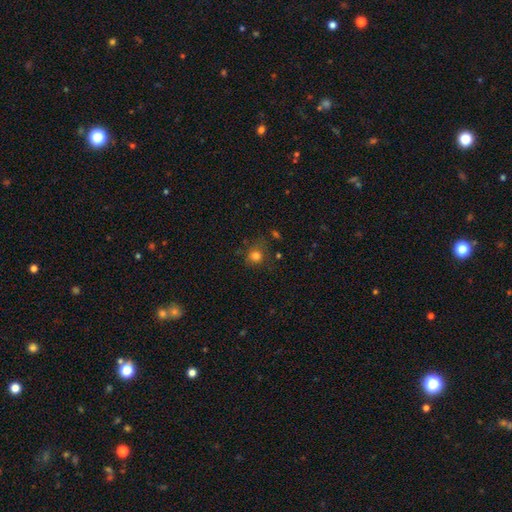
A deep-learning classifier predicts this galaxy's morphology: Smooth or featured? smooth (77%)
How rounded? round (82%)
Merging? none (66%)